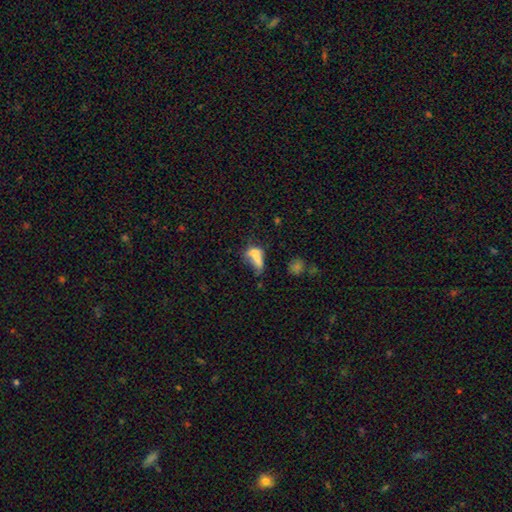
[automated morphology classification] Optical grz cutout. It shows a smooth galaxy with no disk features (61%) that is in between round and cigar-shaped (69%). Merging: merger (31%).